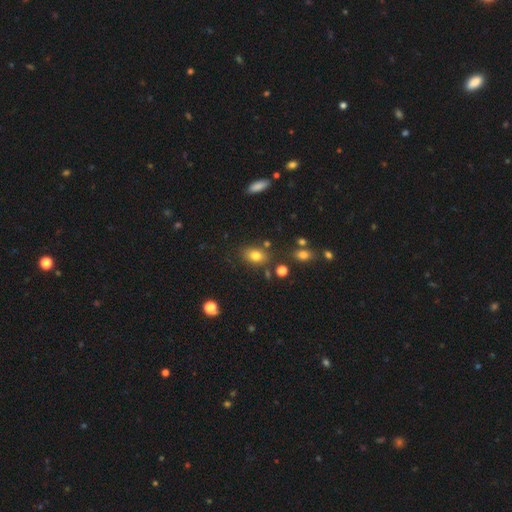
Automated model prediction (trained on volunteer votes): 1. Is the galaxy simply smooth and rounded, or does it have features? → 79% smooth, 11% star or artifact, 10% featured or disk.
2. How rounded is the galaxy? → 76% in between, 22% round, 2% cigar-shaped.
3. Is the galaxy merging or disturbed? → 78% none, 13% minor disturbance, 6% merger, 4% major disturbance.